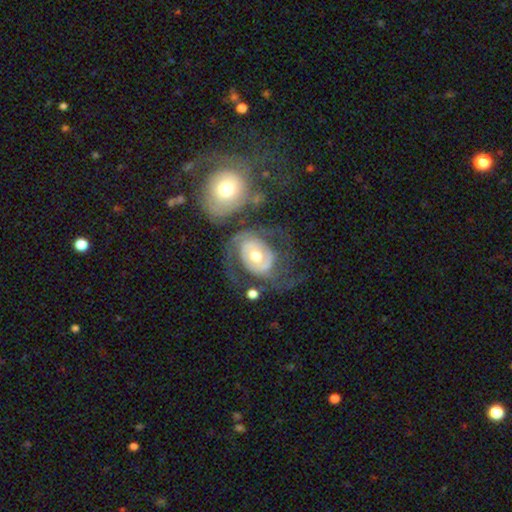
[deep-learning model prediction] This is likely a featured or disk galaxy (79%). It is clearly not viewed edge-on (97%). Bar: likely no (70%). Spiral arm pattern: likely yes (79%). Spiral arm count: likely 2 (66%). Spiral winding: marginally tight (40%). Central bulge: likely moderate (74%). Merging: marginally none (40%).